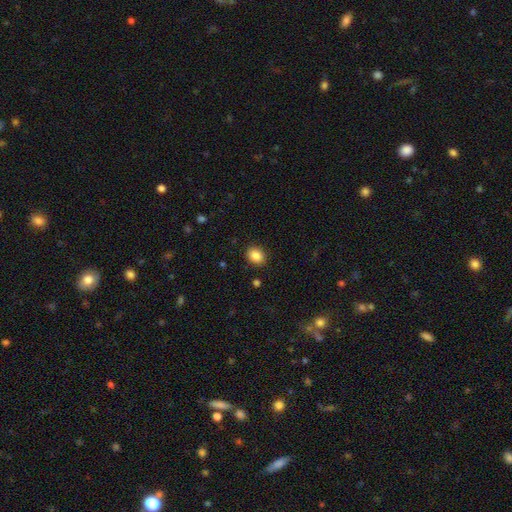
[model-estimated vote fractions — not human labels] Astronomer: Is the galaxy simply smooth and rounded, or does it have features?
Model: smooth — 86%.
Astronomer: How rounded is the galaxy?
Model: in between — 52% (runner-up: round, 47%).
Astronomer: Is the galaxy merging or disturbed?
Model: none — 89%.